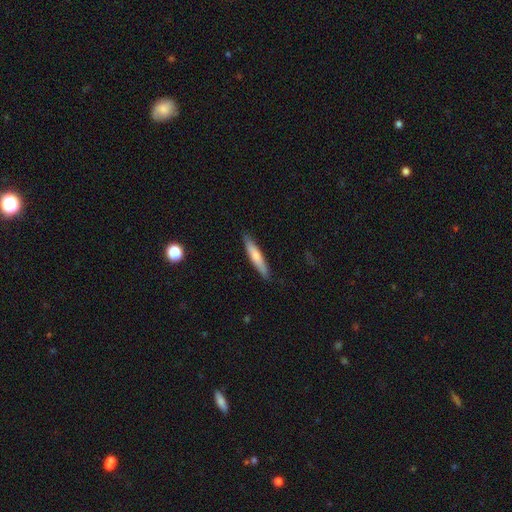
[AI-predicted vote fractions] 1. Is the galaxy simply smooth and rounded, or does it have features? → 65% smooth, 30% featured or disk, 5% star or artifact.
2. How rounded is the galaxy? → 88% cigar-shaped, 10% in between, 1% round.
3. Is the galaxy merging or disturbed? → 87% none, 10% minor disturbance, 2% major disturbance, 1% merger.